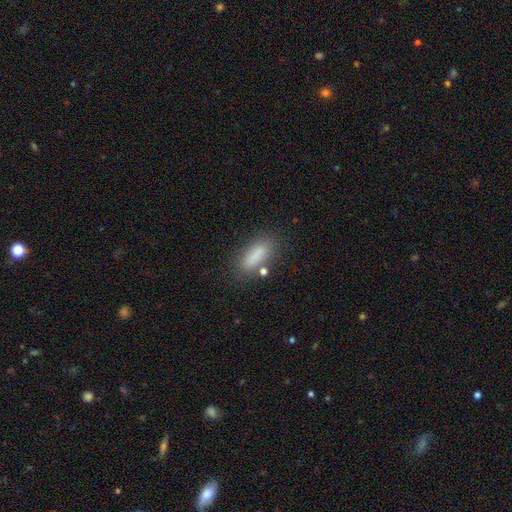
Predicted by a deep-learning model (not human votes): Morphology: type=smooth (81%); roundness=in between (52%); merging=none (75%).